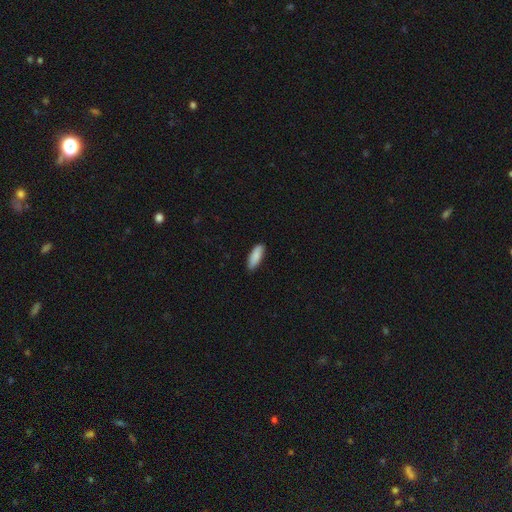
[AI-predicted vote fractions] smooth-or-featured: smooth: 89% | star or artifact: 6% | featured or disk: 5%
  how-rounded: in between: 64% | cigar-shaped: 34% | round: 2%
  merging: none: 87% | minor disturbance: 10% | major disturbance: 2% | merger: 1%